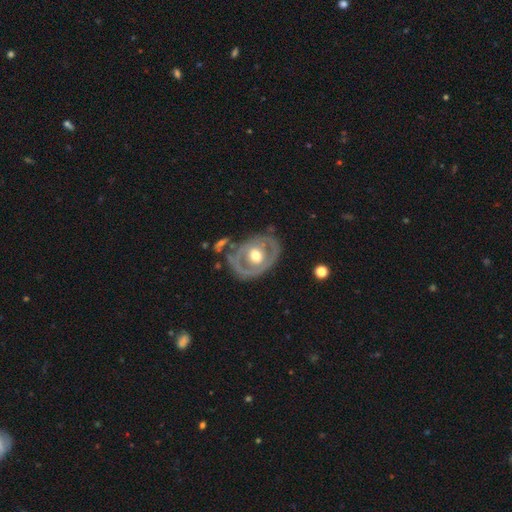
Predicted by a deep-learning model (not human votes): A featured or disk galaxy (69%) with no bar (75%), no spiral arms (64%) and a moderate central bulge (71%).

Vote fractions:
- Smooth or featured? featured or disk: 69% / smooth: 26% / star or artifact: 5%
- Edge-on disk? no: 94% / yes: 6%
- Bar? no: 75% / weak: 18% / strong: 7%
- Spiral arms? no: 64% / yes: 36%
- Bulge size? moderate: 71% / large: 18% / small: 8% / dominant: 1% / none: 1%
- Merging? none: 62% / minor disturbance: 21% / major disturbance: 11% / merger: 6%